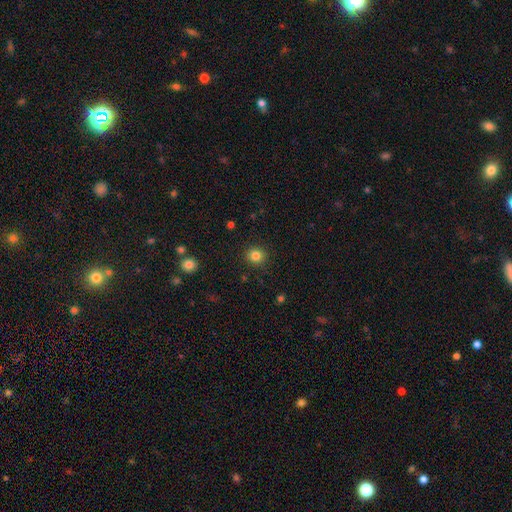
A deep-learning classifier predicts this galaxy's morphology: type=smooth (83%); roundness=round (90%); merging=none (91%).